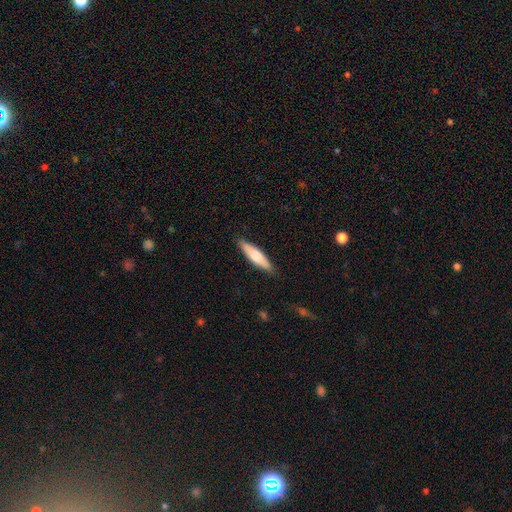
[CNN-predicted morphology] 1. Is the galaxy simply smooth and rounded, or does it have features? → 61% smooth, 34% featured or disk, 5% star or artifact.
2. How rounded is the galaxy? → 67% cigar-shaped, 31% in between, 2% round.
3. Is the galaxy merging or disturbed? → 87% none, 10% minor disturbance, 2% major disturbance, 1% merger.